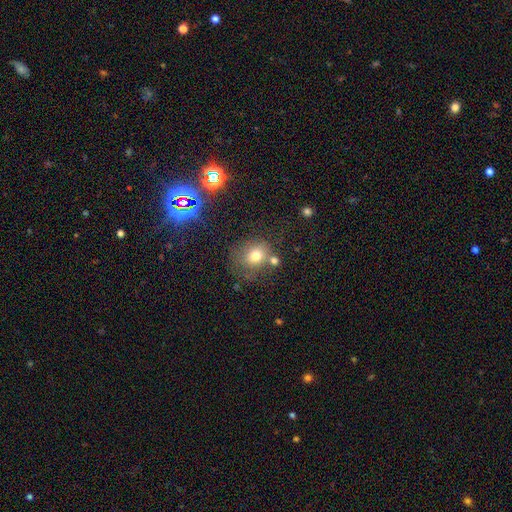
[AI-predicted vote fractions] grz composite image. It shows a smooth galaxy with no disk features (72%) that is round (69%). Merging: none (57%).